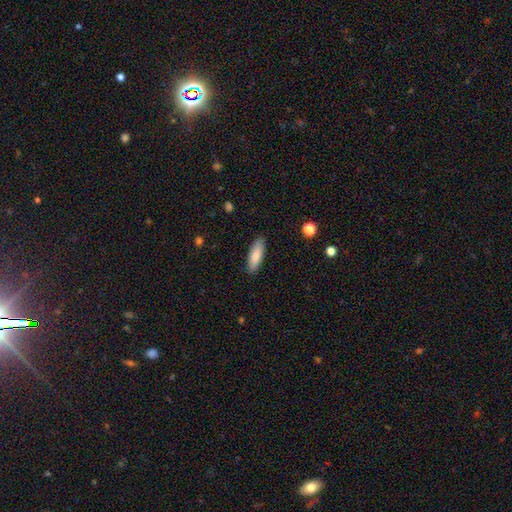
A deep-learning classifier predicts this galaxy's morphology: A smooth galaxy with no disk features (83%) that is in between round and cigar-shaped (56%). Merging: none (88%).